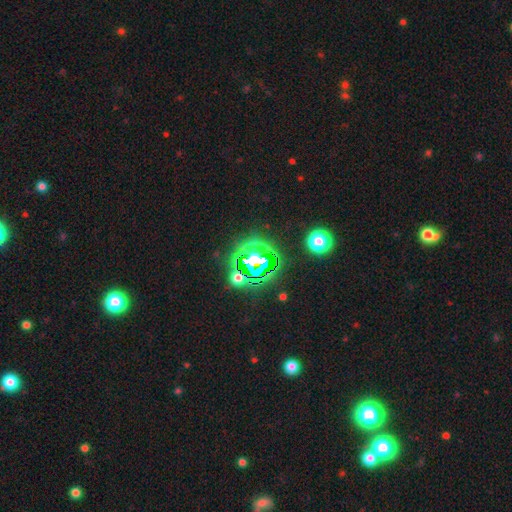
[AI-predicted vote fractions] smooth-or-featured: star or artifact: 73% | smooth: 17% | featured or disk: 10%